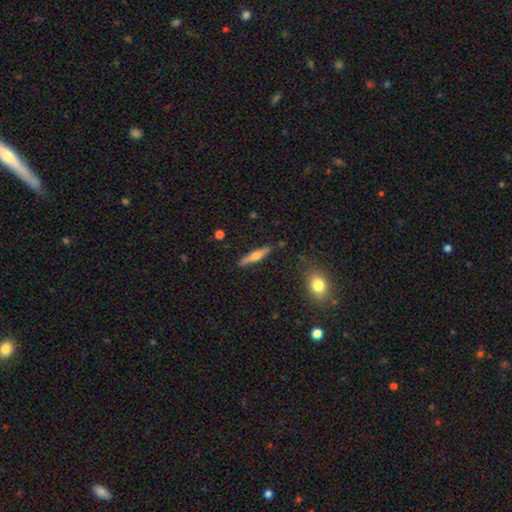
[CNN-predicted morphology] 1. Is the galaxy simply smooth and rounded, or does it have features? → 49% smooth, 44% featured or disk, 7% star or artifact.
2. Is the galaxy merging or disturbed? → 86% none, 9% minor disturbance, 2% merger, 2% major disturbance.